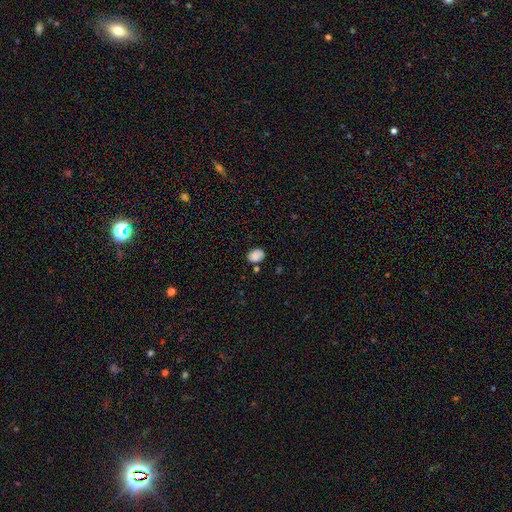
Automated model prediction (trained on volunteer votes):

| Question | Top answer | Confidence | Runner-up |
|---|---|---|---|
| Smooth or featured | smooth | 84% | star or artifact (9%) |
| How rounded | in between | 65% | round (34%) |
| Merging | none | 74% | minor disturbance (17%) |